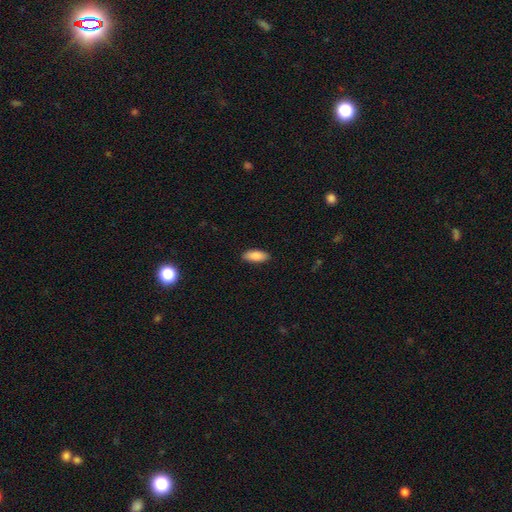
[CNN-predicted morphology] A smooth galaxy with no disk features (89%) that is in between round and cigar-shaped (82%). Merging: none (89%).